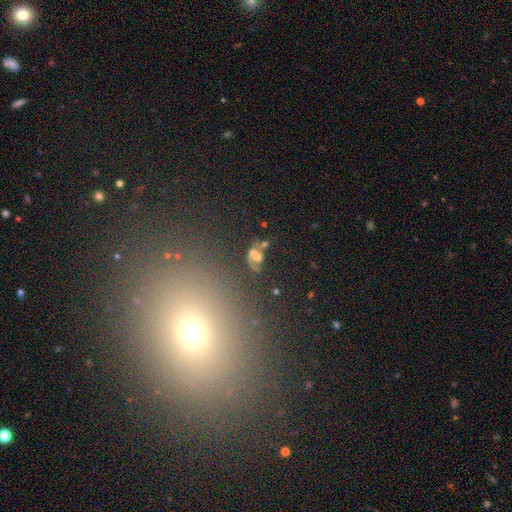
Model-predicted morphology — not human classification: type=featured or disk (51%); edge-on=no (94%); merging=none (40%).